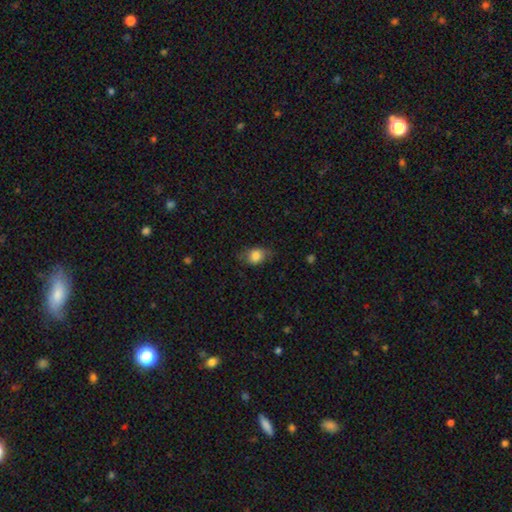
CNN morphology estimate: smooth 80%, featured or disk 11%, star or artifact 9%. Down the decision tree: how rounded — in between (63%); merging — none (64%).